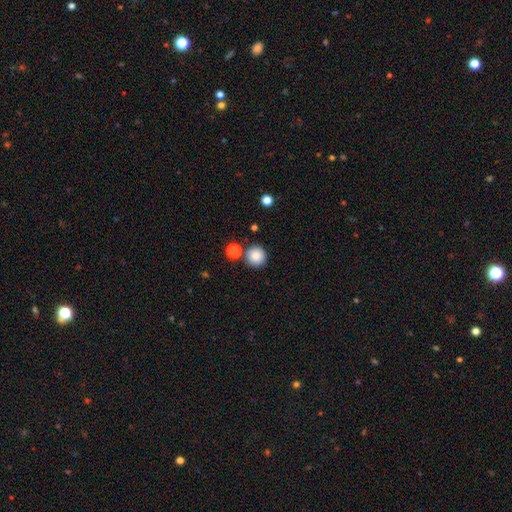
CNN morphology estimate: smooth_or_featured: smooth (p=0.85) [alt: star or artifact p=0.10]
how_rounded: round (p=0.94) [alt: in between p=0.05]
merging: none (p=0.81) [alt: merger p=0.08]